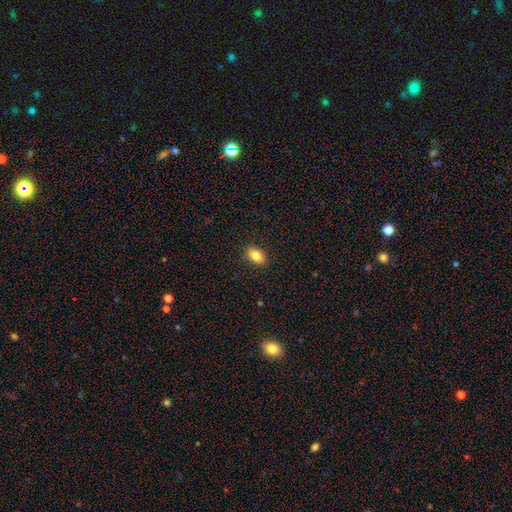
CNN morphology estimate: Smooth or featured? Predicted: smooth (p=0.84). How rounded? Predicted: in between (p=0.88). Merging? Predicted: none (p=0.88).